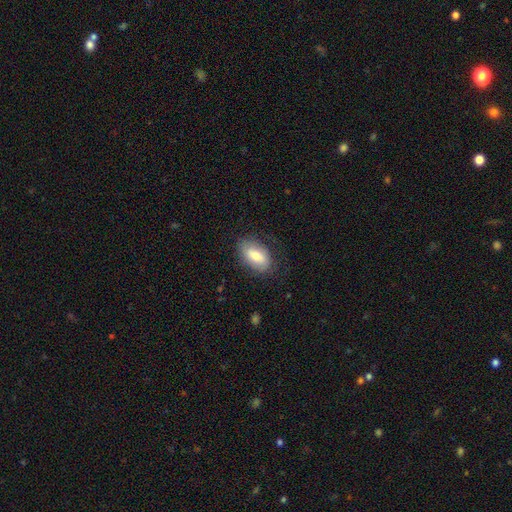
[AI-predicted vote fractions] Smooth or featured? Predicted: smooth (p=0.71). How rounded? Predicted: in between (p=0.92). Merging? Predicted: none (p=0.75).